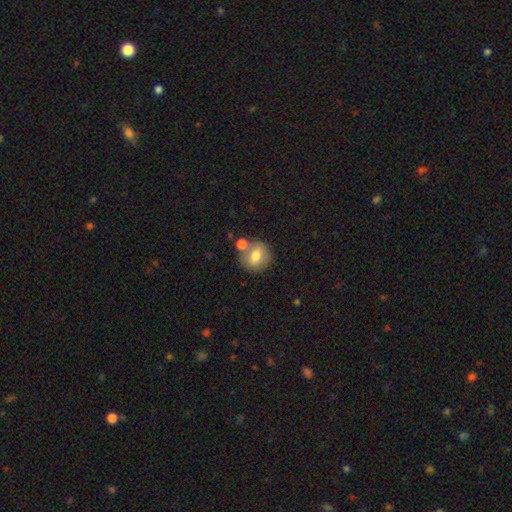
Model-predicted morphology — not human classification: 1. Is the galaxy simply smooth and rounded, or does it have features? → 73% smooth, 19% featured or disk, 8% star or artifact.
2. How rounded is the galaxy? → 80% round, 19% in between, 1% cigar-shaped.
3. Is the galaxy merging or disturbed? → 63% none, 21% merger, 12% minor disturbance, 4% major disturbance.